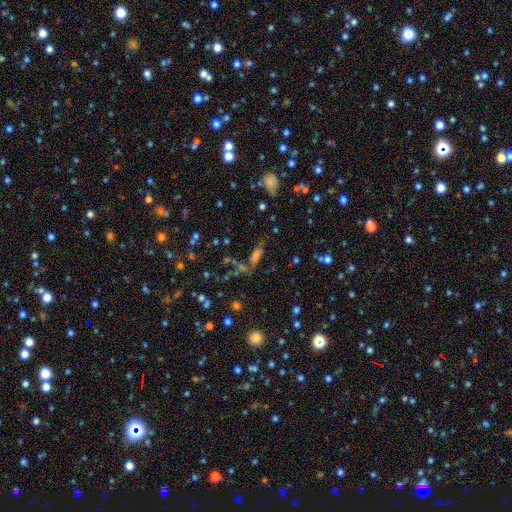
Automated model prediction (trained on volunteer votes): This is possibly a smooth galaxy (52%). How rounded: possibly in between (50%). Merging: possibly none (54%).